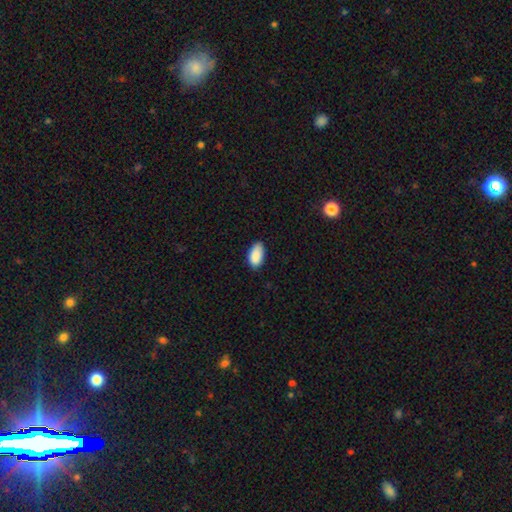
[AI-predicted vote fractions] Smooth or featured? smooth (90%)
How rounded? in between (94%)
Merging? none (80%)